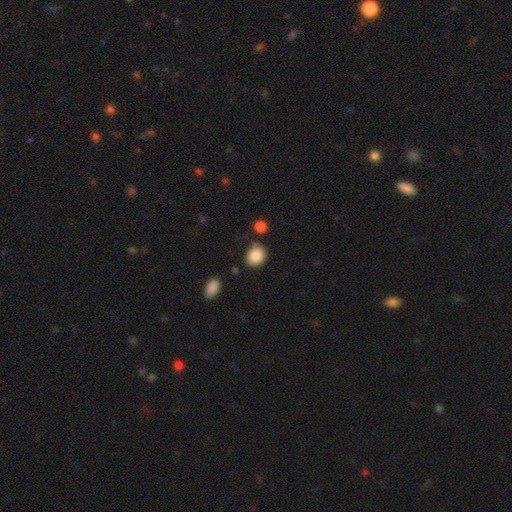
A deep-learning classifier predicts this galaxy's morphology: type=smooth (86%); roundness=round (54%); merging=none (76%).